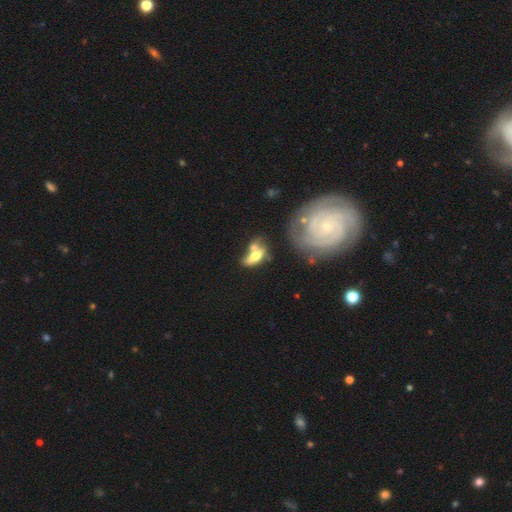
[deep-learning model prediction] A smooth galaxy with no disk features (49%).

Vote fractions:
- Smooth or featured? smooth: 49% / featured or disk: 43% / star or artifact: 9%
- Merging? merger: 44% / none: 28% / minor disturbance: 15% / major disturbance: 13%